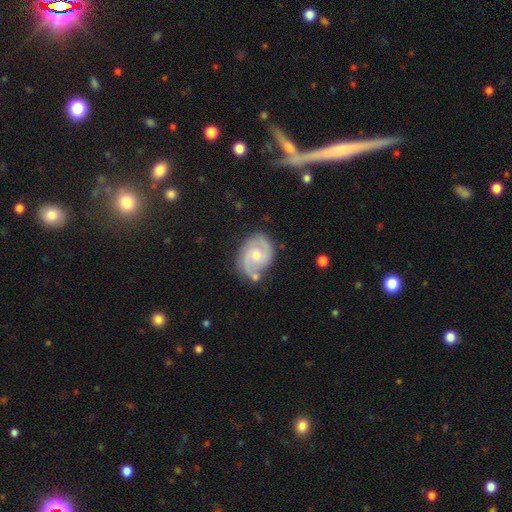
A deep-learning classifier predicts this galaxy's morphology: smooth_or_featured: featured or disk (p=0.87) [alt: smooth p=0.09]
disk_edge_on: no (p=0.98) [alt: yes p=0.02]
bar: no (p=0.53) [alt: weak p=0.40]
has_spiral_arms: yes (p=0.97) [alt: no p=0.03]
spiral_winding: medium (p=0.53) [alt: tight p=0.34]
spiral_arm_count: 2 (p=0.86) [alt: 3 p=0.05]
bulge_size: moderate (p=0.54) [alt: small p=0.41]
merging: none (p=0.71) [alt: minor disturbance p=0.18]